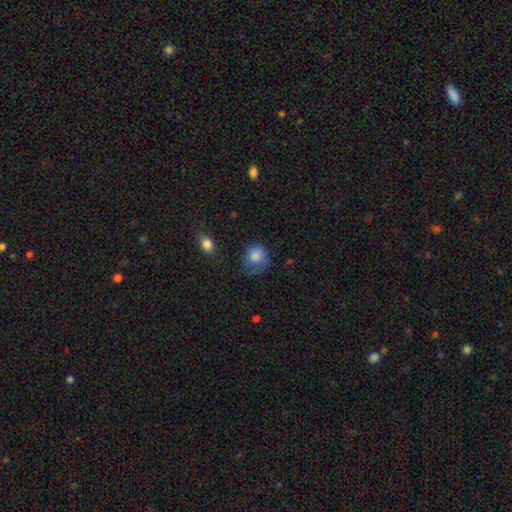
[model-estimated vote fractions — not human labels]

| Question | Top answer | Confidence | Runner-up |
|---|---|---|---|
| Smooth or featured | smooth | 77% | featured or disk (15%) |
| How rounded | round | 71% | in between (28%) |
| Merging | major disturbance | 36% | none (33%) |